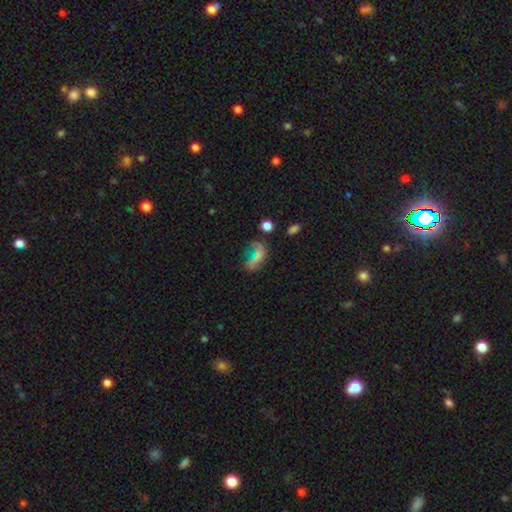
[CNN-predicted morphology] A smooth galaxy with no disk features (49%). Merging: none (34%).